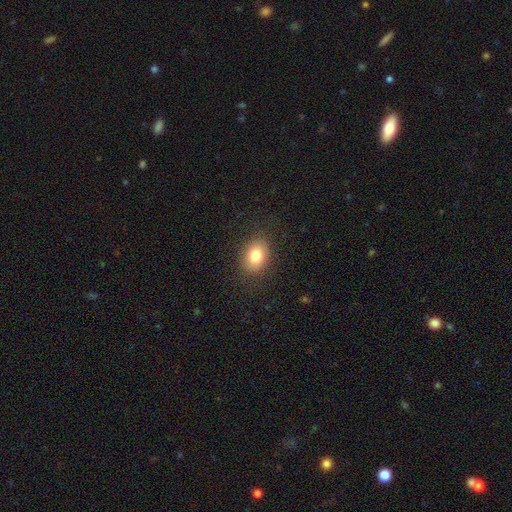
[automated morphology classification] Smooth or featured: smooth — 83% (star or artifact — 9%)
How rounded: in between — 72% (round — 27%)
Merging: none — 86% (minor disturbance — 10%)